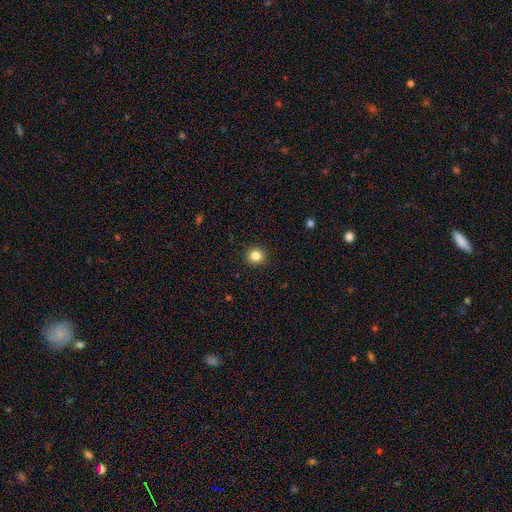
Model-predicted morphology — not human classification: This is clearly a smooth galaxy (84%). How rounded: clearly round (89%). Merging: clearly none (92%).